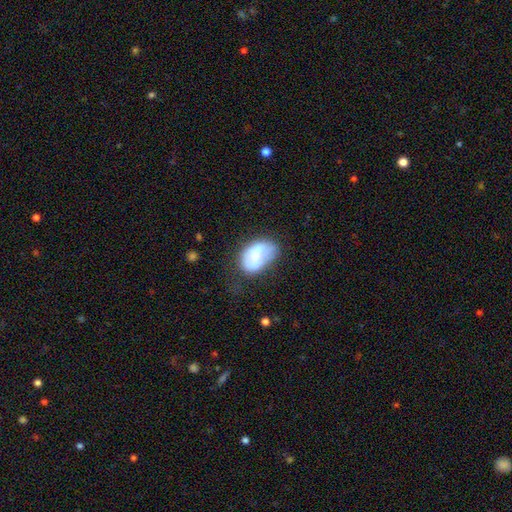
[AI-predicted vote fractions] smooth 58%, featured or disk 35%, star or artifact 8%. Down the decision tree: how rounded — in between (85%); merging — none (42%).